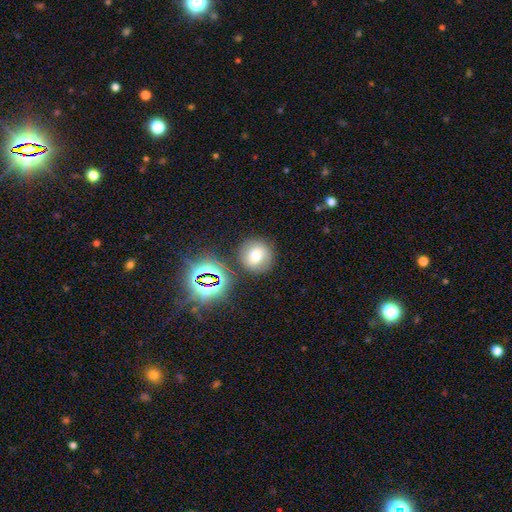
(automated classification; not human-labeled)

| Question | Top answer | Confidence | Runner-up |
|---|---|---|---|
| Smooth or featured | smooth | 64% | star or artifact (19%) |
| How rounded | round | 91% | in between (8%) |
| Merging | none | 83% | minor disturbance (8%) |